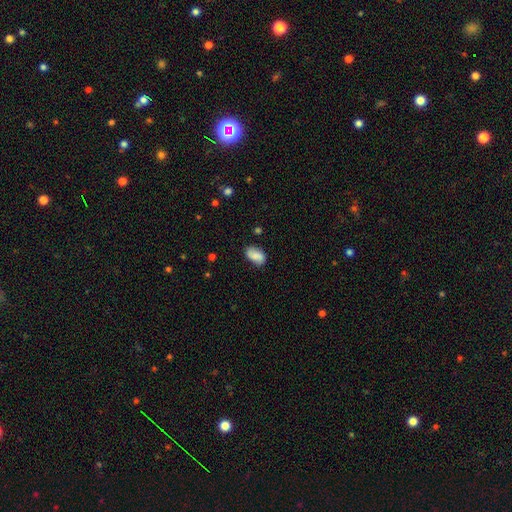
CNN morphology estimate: Overall: smooth (72%). How rounded: in between (90%). Merging: none (70%).